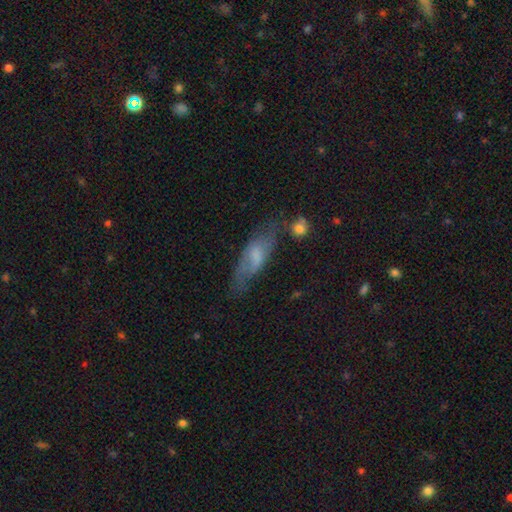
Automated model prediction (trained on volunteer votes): Morphology: type=smooth (49%); merging=none (56%).